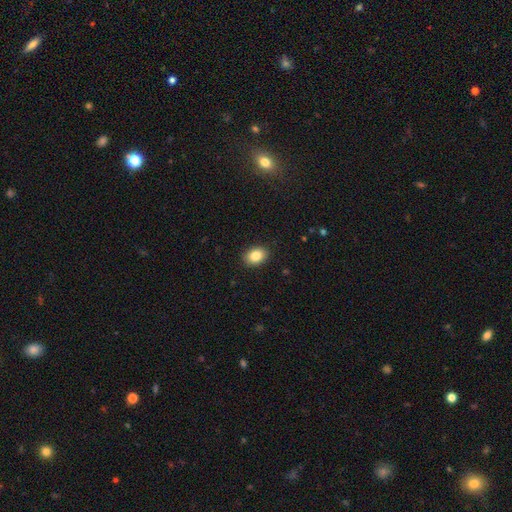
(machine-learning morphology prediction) A smooth galaxy with no disk features (85%) that is in between round and cigar-shaped (67%).

Vote fractions:
- Smooth or featured? smooth: 85% / star or artifact: 8% / featured or disk: 7%
- How rounded? in between: 67% / round: 32% / cigar-shaped: 1%
- Merging? none: 90% / minor disturbance: 8% / major disturbance: 2% / merger: 1%